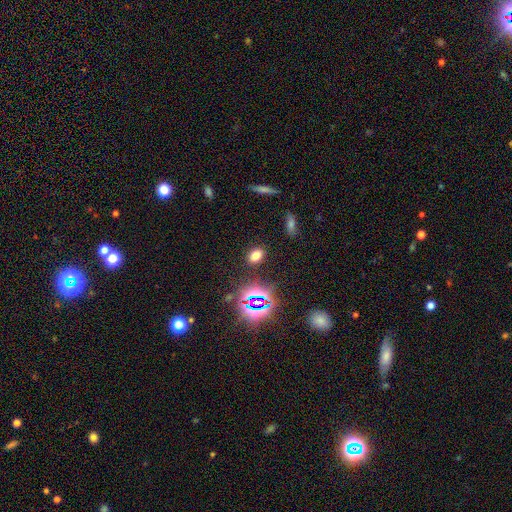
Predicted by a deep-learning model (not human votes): This is likely a smooth galaxy (68%). How rounded: likely in between (77%). Merging: clearly none (87%).